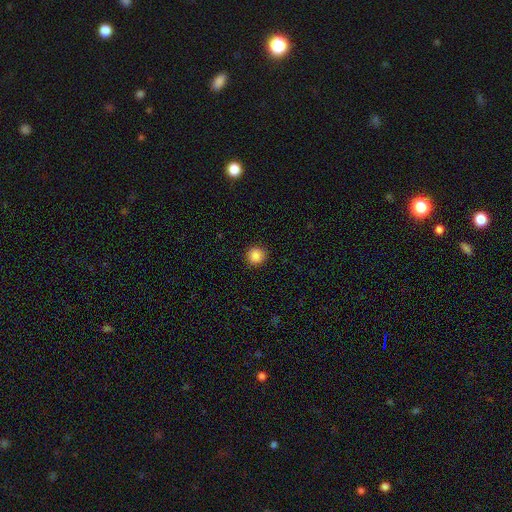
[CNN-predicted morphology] smooth 87%, star or artifact 10%, featured or disk 3%. Down the decision tree: how rounded — round (92%); merging — none (90%).